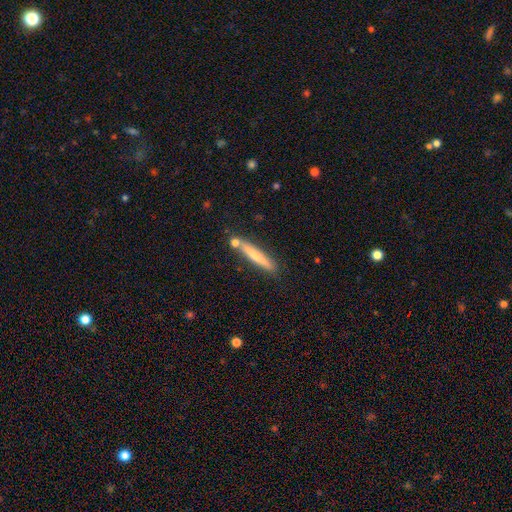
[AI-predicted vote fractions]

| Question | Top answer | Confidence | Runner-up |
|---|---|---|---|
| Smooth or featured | smooth | 65% | featured or disk (29%) |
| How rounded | cigar-shaped | 94% | in between (4%) |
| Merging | none | 78% | minor disturbance (12%) |